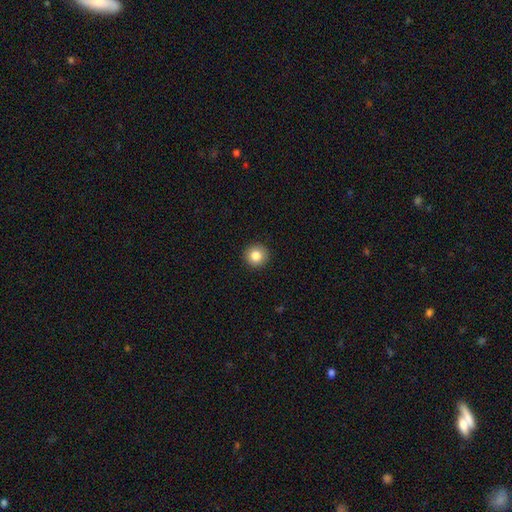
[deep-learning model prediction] Overall: smooth (84%). How rounded: round (95%). Merging: none (92%).